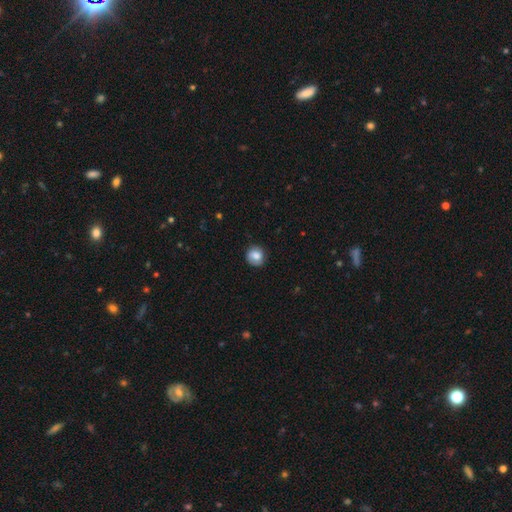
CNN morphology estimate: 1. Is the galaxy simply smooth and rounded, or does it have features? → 81% smooth, 11% featured or disk, 8% star or artifact.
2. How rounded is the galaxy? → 86% round, 13% in between, 1% cigar-shaped.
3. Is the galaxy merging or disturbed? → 82% none, 14% minor disturbance, 3% major disturbance, 1% merger.